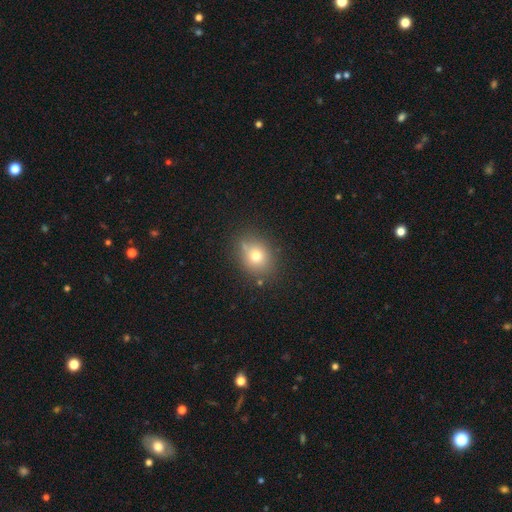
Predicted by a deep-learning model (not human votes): Smooth or featured? Predicted: smooth (p=0.71). How rounded? Predicted: round (p=0.63). Merging? Predicted: none (p=0.76).